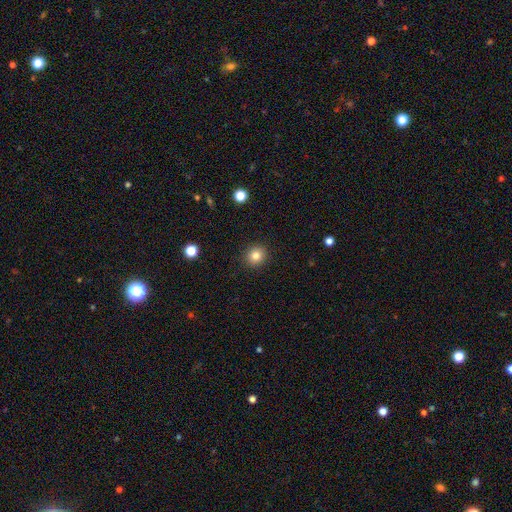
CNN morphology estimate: A smooth galaxy with no disk features (82%) that is round (90%). Merging: none (91%).